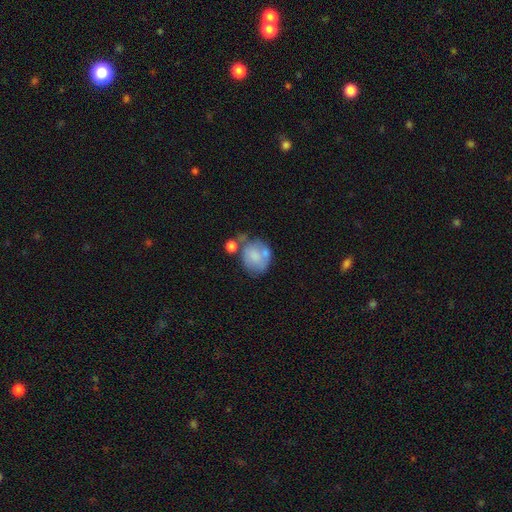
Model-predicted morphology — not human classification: This is likely a smooth galaxy (66%). How rounded: possibly round (58%). Merging: marginally none (37%).